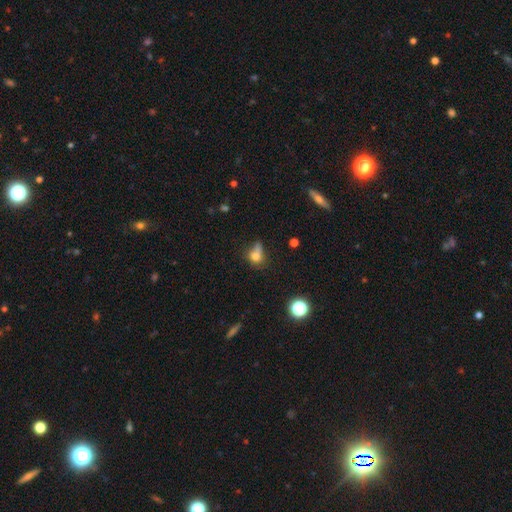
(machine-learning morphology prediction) A smooth galaxy with no disk features (71%) that is round (52%).

Vote fractions:
- Smooth or featured? smooth: 71% / star or artifact: 15% / featured or disk: 14%
- How rounded? round: 52% / in between: 44% / cigar-shaped: 3%
- Merging? none: 35% / minor disturbance: 30% / major disturbance: 22% / merger: 14%